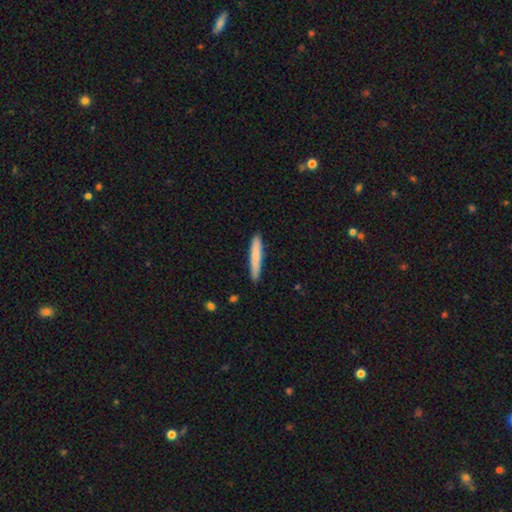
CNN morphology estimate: Smooth or featured?
  - smooth: 77% *
  - featured or disk: 17%
  - star or artifact: 5%
How rounded?
  - cigar-shaped: 95% *
  - in between: 4%
  - round: 1%
Merging?
  - none: 89% *
  - minor disturbance: 8%
  - major disturbance: 1%
  - merger: 1%